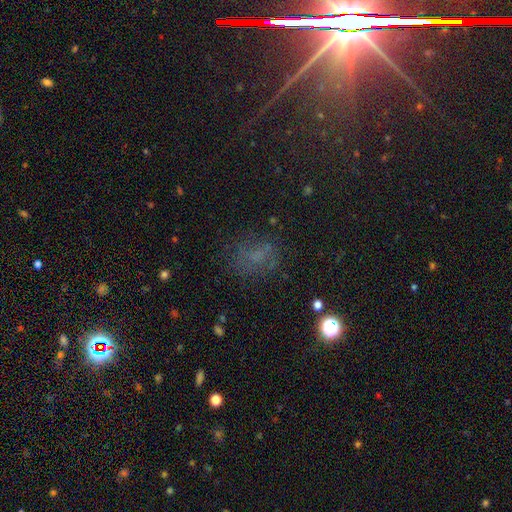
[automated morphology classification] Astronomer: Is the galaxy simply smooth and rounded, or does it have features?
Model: smooth — 43% (runner-up: star or artifact, 36%).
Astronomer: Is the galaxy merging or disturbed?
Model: none — 64%.